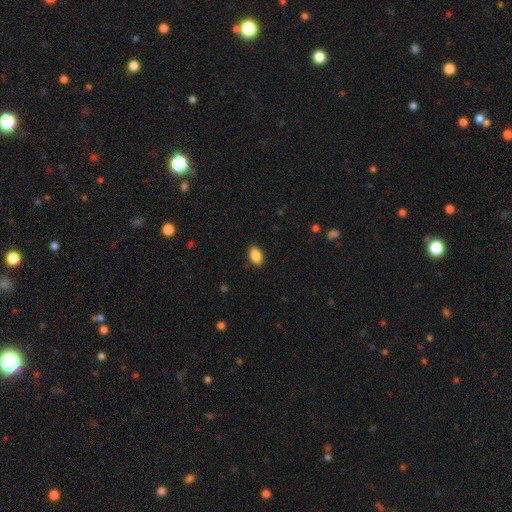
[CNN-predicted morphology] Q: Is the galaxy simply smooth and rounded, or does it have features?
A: smooth — 88%.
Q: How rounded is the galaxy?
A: in between — 92%.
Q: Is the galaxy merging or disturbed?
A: none — 89%.